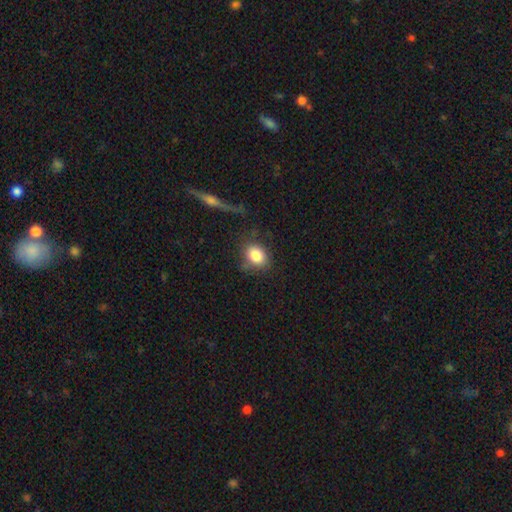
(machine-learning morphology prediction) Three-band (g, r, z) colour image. It shows a smooth galaxy with no disk features (83%) that is in between round and cigar-shaped (55%). Merging: none (71%).